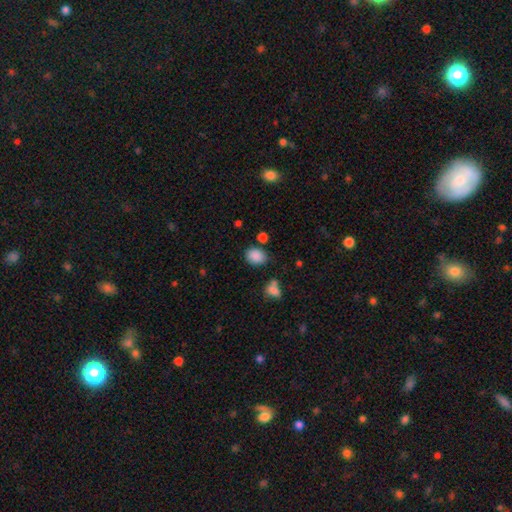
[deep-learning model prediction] Smooth or featured?
  - smooth: 86% *
  - star or artifact: 9%
  - featured or disk: 4%
How rounded?
  - in between: 63% *
  - round: 36%
  - cigar-shaped: 1%
Merging?
  - none: 74% *
  - minor disturbance: 15%
  - merger: 7%
  - major disturbance: 4%